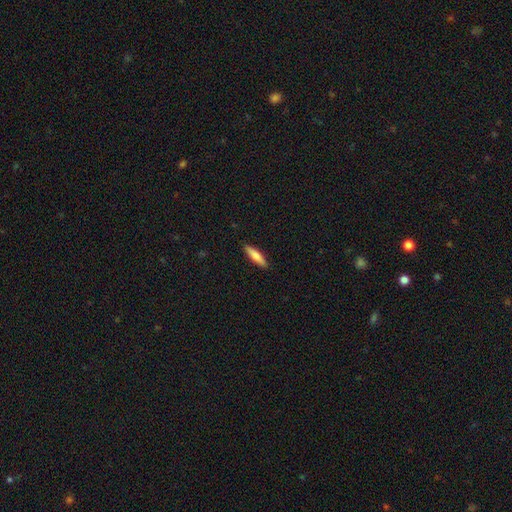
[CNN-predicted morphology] Overall: smooth (76%). How rounded: cigar-shaped (75%). Merging: none (90%).